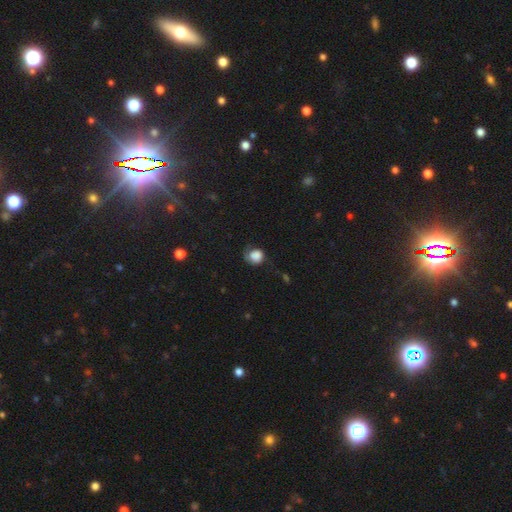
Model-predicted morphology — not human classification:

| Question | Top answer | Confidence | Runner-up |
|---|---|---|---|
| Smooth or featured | smooth | 72% | featured or disk (19%) |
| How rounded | round | 75% | in between (24%) |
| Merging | none | 43% | minor disturbance (31%) |